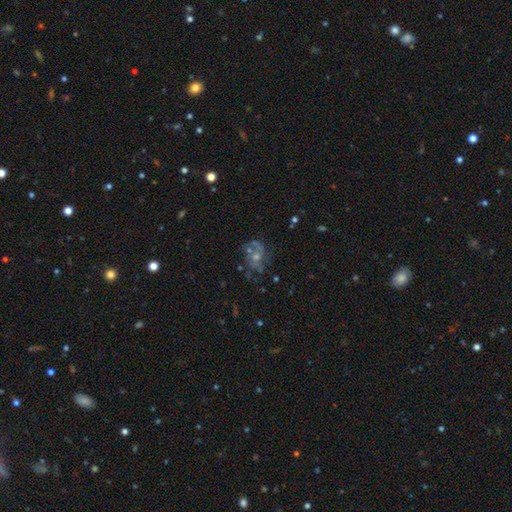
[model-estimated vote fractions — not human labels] Smooth or featured? Predicted: featured or disk (p=0.62). Edge-on disk? Predicted: no (p=0.97). Bar? Predicted: no (p=0.78). Spiral arms? Predicted: yes (p=0.64). Bulge size? Predicted: moderate (p=0.46). Merging? Predicted: none (p=0.49).